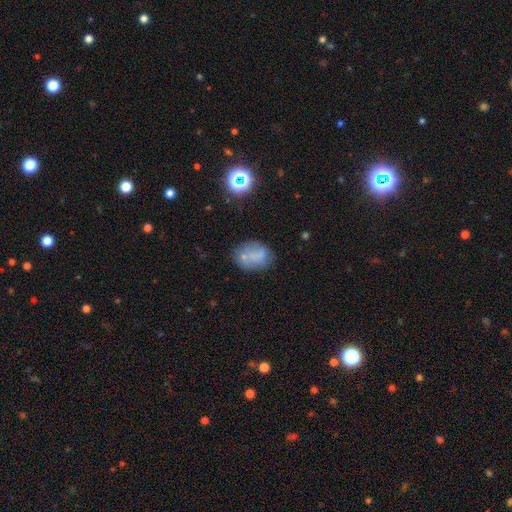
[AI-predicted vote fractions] smooth 63%, featured or disk 24%, star or artifact 13%. Down the decision tree: how rounded — in between (53%); merging — none (52%).